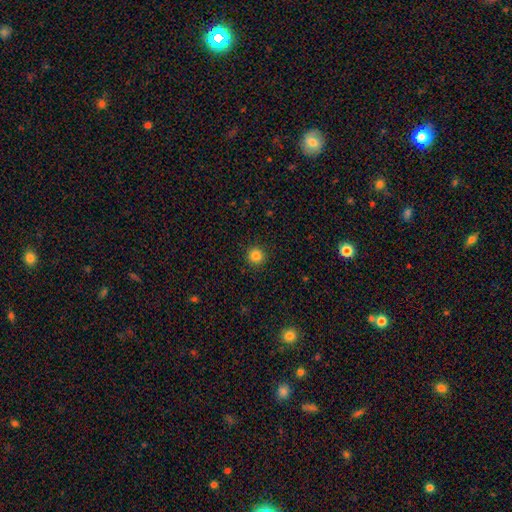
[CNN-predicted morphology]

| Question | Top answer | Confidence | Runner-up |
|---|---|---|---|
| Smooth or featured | smooth | 83% | star or artifact (13%) |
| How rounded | round | 95% | in between (4%) |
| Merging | none | 93% | minor disturbance (5%) |